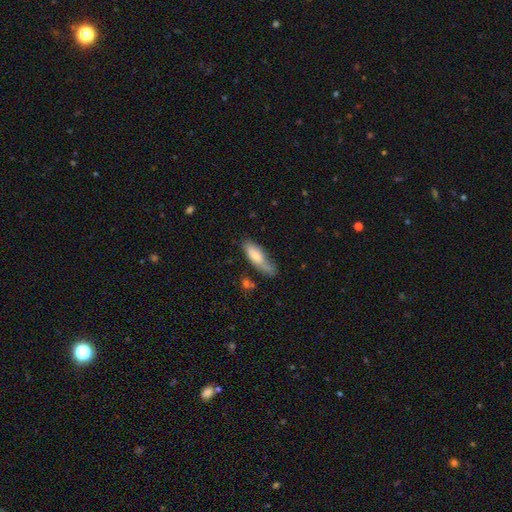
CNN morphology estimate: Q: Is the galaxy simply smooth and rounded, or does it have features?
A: smooth — 74%.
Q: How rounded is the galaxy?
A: in between — 56%.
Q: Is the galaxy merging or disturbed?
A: none — 52%.